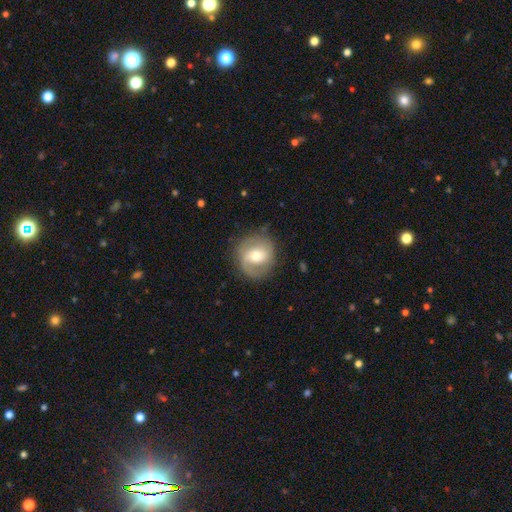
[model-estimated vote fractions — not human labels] Q: Smooth or featured?
A: featured or disk (62%); runner-up: smooth (31%)
Q: Edge-on disk?
A: no (97%); runner-up: yes (3%)
Q: Bar?
A: weak (43%); runner-up: no (39%)
Q: Spiral arms?
A: yes (80%); runner-up: no (20%)
Q: Bulge size?
A: moderate (65%); runner-up: small (26%)
Q: Merging?
A: none (78%); runner-up: minor disturbance (14%)